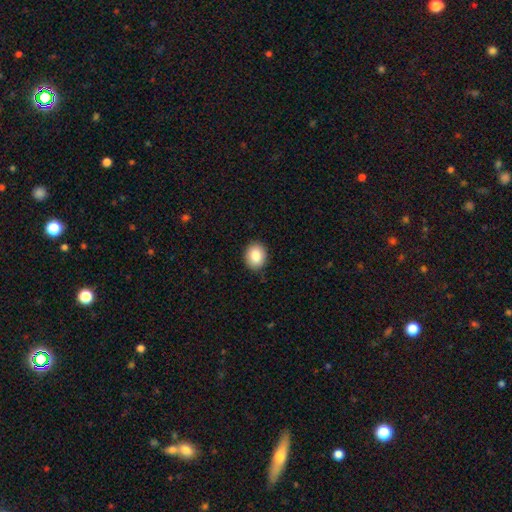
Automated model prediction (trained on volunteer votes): Q: Smooth or featured?
A: smooth (87%); runner-up: star or artifact (8%)
Q: How rounded?
A: round (55%); runner-up: in between (44%)
Q: Merging?
A: none (88%); runner-up: minor disturbance (9%)